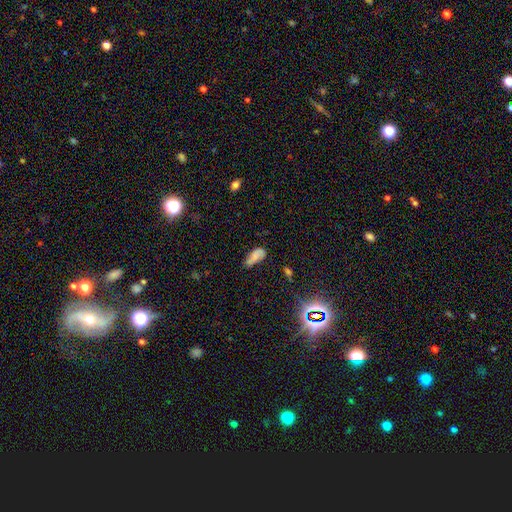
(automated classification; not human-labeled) Morphology: type=smooth (60%); roundness=in between (87%); merging=none (43%).